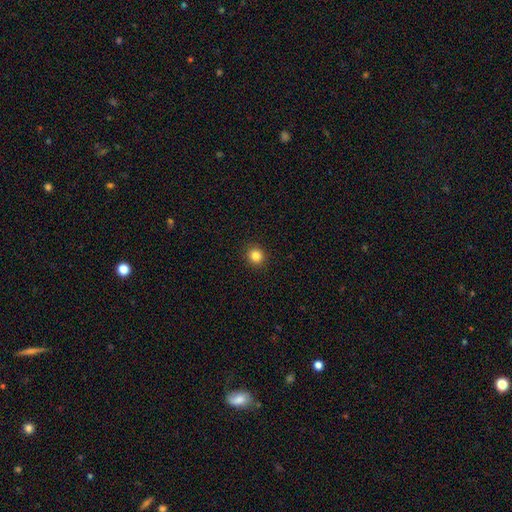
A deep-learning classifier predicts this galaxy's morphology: A smooth galaxy with no disk features (84%) that is round (89%).

Vote fractions:
- Smooth or featured? smooth: 84% / star or artifact: 11% / featured or disk: 5%
- How rounded? round: 89% / in between: 10% / cigar-shaped: 1%
- Merging? none: 92% / minor disturbance: 5% / major disturbance: 2% / merger: 1%